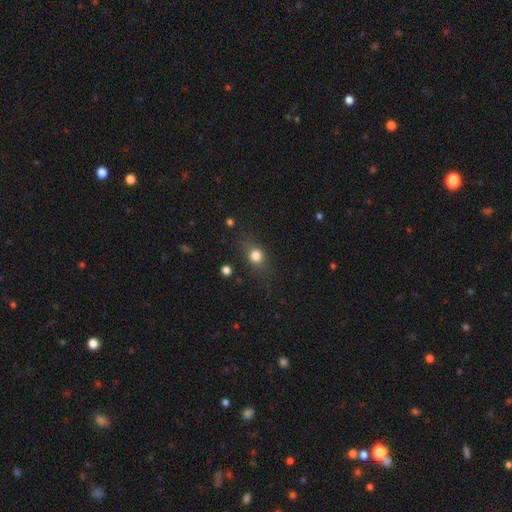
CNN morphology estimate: smooth-or-featured: smooth: 76% | featured or disk: 12% | star or artifact: 12%
  how-rounded: round: 53% | in between: 42% | cigar-shaped: 5%
  merging: none: 72% | minor disturbance: 19% | major disturbance: 7% | merger: 2%